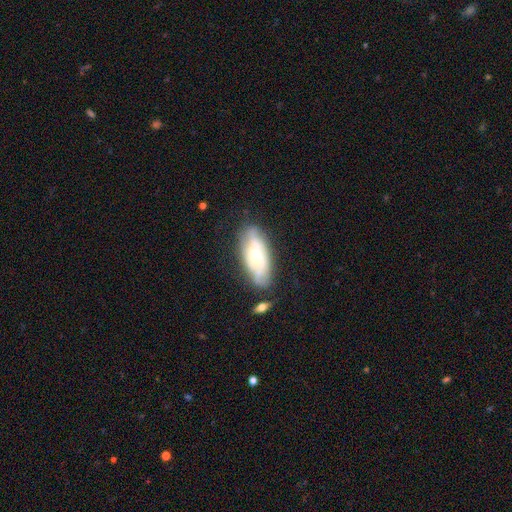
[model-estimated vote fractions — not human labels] The model was most divided on "smooth or featured": featured or disk: 52%, smooth: 41%, star or artifact: 7%. More confident: edge-on disk — no (79%); merging — none (68%).